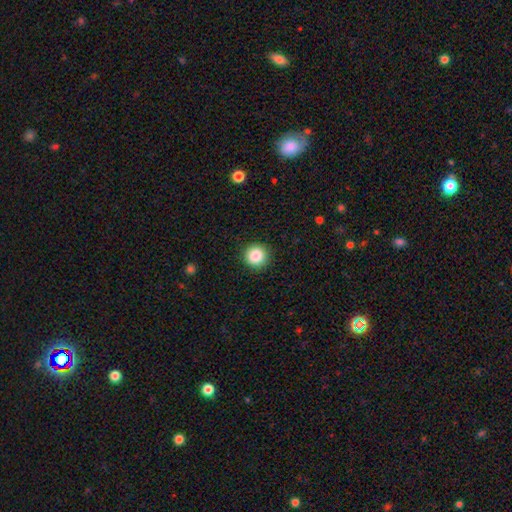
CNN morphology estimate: A smooth galaxy with no disk features (87%) that is round (95%). Merging: none (92%).